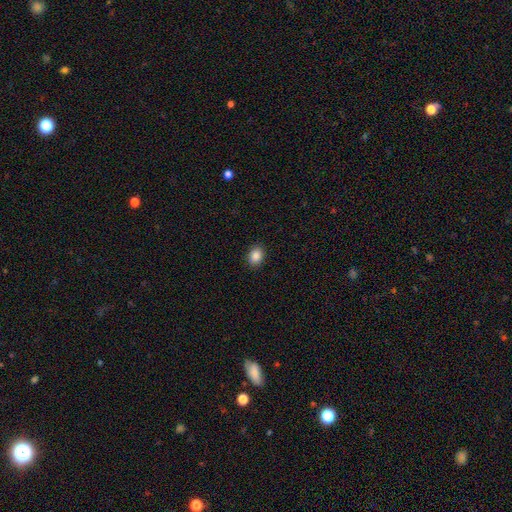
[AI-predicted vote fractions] Smooth or featured?
  - smooth: 88% *
  - star or artifact: 9%
  - featured or disk: 4%
How rounded?
  - in between: 62% *
  - round: 37%
  - cigar-shaped: 1%
Merging?
  - none: 90% *
  - minor disturbance: 7%
  - major disturbance: 2%
  - merger: 1%